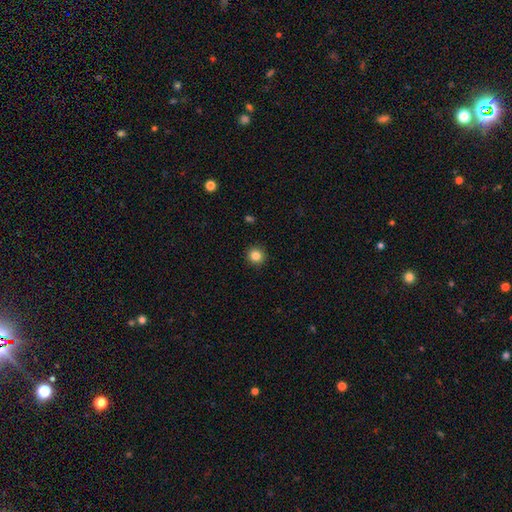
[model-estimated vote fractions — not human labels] smooth-or-featured: smooth: 84% | star or artifact: 11% | featured or disk: 5%
  how-rounded: round: 94% | in between: 5% | cigar-shaped: 1%
  merging: none: 92% | minor disturbance: 5% | major disturbance: 2% | merger: 1%